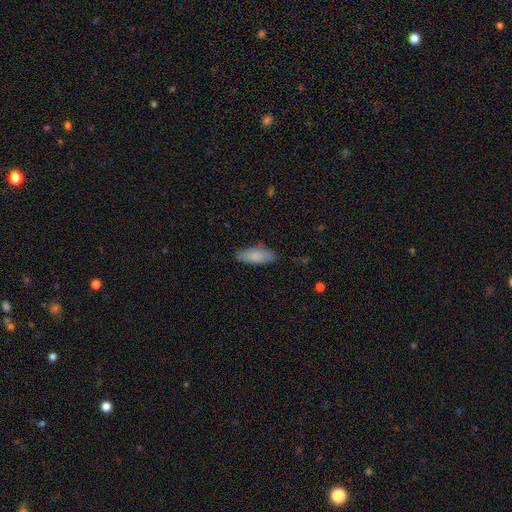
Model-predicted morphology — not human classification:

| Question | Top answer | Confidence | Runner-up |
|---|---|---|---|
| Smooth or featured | smooth | 86% | featured or disk (8%) |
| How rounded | in between | 74% | cigar-shaped (25%) |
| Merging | none | 83% | minor disturbance (14%) |